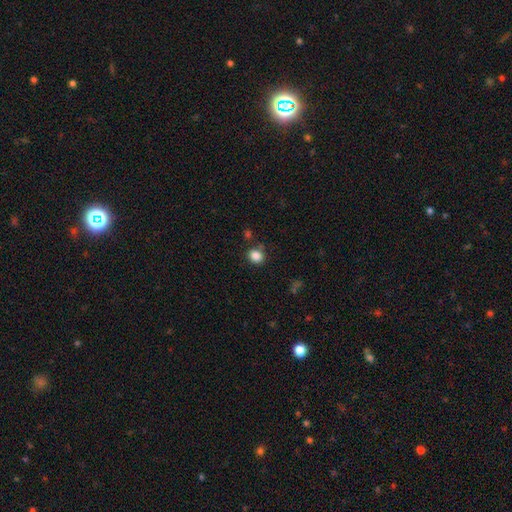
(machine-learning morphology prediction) smooth 85%, star or artifact 11%, featured or disk 4%. Down the decision tree: how rounded — round (72%); merging — none (80%).